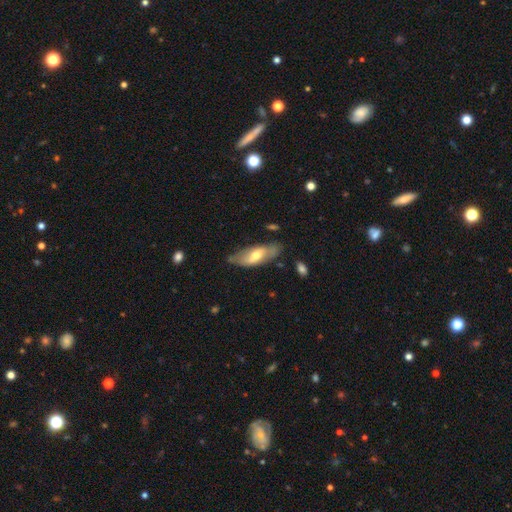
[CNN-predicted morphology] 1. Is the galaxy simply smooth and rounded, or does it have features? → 47% smooth (tied), 47% featured or disk (tied), 6% star or artifact.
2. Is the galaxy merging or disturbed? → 66% none, 24% minor disturbance, 6% major disturbance, 3% merger.